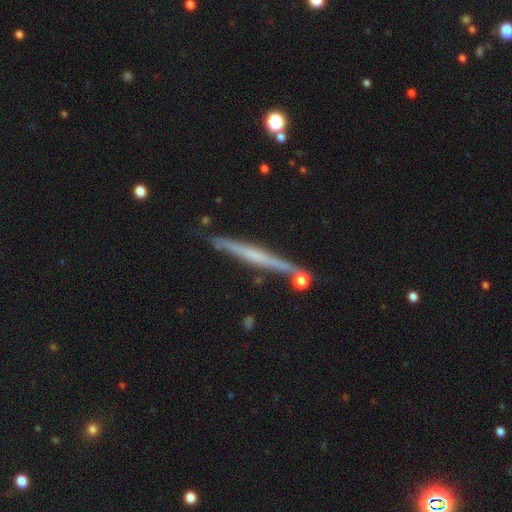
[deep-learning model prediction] This appears to be a featured or disk galaxy (65%) viewed edge-on (97%) with no central bulge (63%). Merging: none (84%).